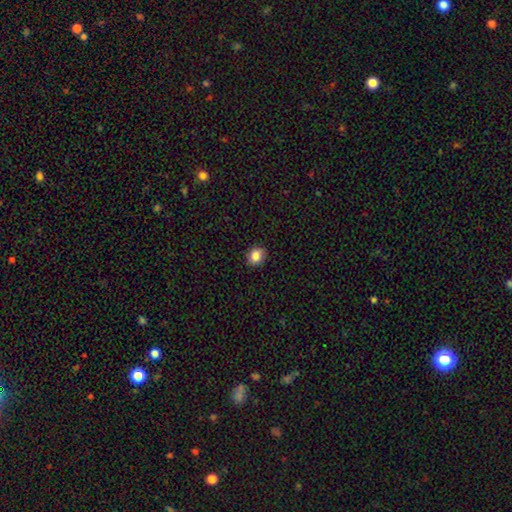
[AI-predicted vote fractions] This appears to be a smooth galaxy with no disk features (86%) that is round (67%). Merging: none (89%).